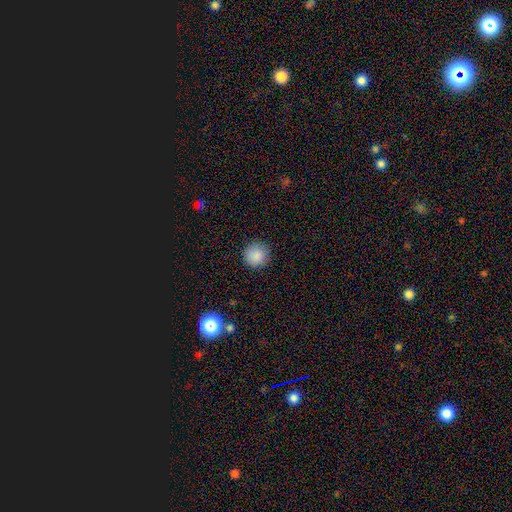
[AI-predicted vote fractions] Smooth or featured?
  - smooth: 87% *
  - star or artifact: 9%
  - featured or disk: 4%
How rounded?
  - round: 95% *
  - in between: 4%
  - cigar-shaped: 1%
Merging?
  - none: 90% *
  - minor disturbance: 7%
  - major disturbance: 2%
  - merger: 1%